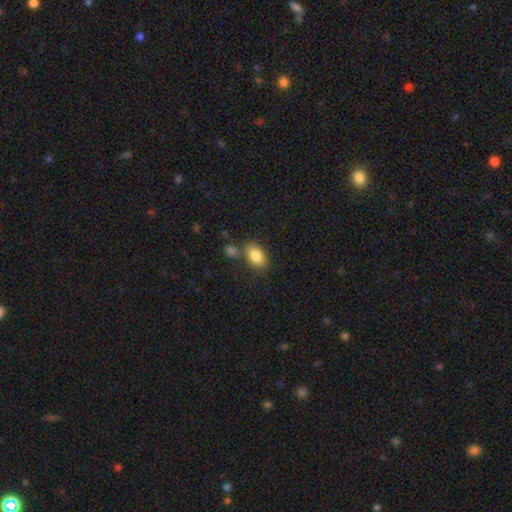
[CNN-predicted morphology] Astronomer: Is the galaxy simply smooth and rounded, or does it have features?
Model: smooth — 85%.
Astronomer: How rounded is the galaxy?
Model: in between — 86%.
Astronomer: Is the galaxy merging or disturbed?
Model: none — 66%.